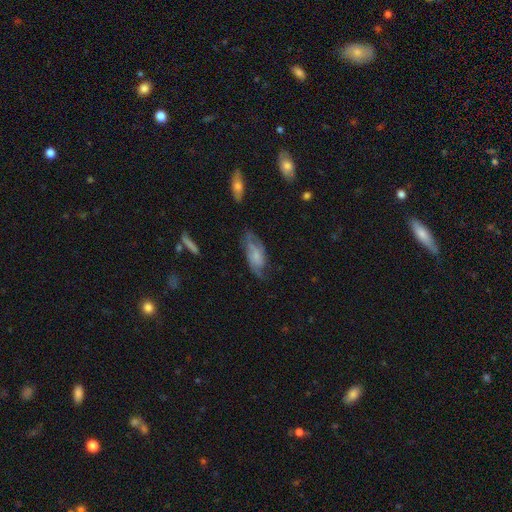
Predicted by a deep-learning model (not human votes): Smooth or featured?
  - featured or disk: 57% *
  - smooth: 35%
  - star or artifact: 8%
Edge-on disk?
  - no: 91% *
  - yes: 9%
Bar?
  - no: 58% *
  - weak: 34%
  - strong: 8%
Spiral arms?
  - yes: 86% *
  - no: 14%
Bulge size?
  - small: 44% *
  - none: 27%
  - moderate: 22%
  - large: 6%
  - dominant: 2%
Merging?
  - none: 57% *
  - minor disturbance: 27%
  - major disturbance: 14%
  - merger: 2%